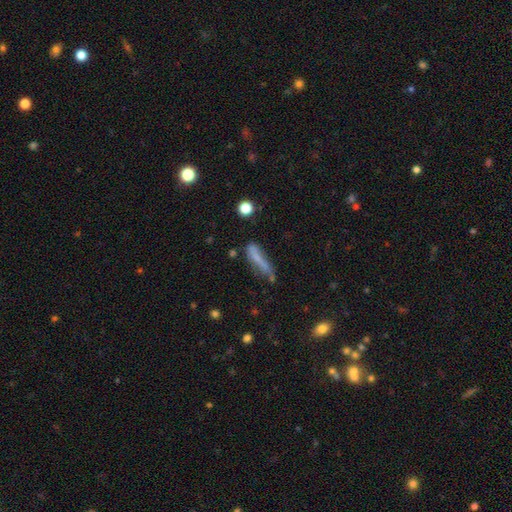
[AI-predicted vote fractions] This appears to be a smooth galaxy with no disk features (61%) that is cigar-shaped (76%). Merging: none (40%).